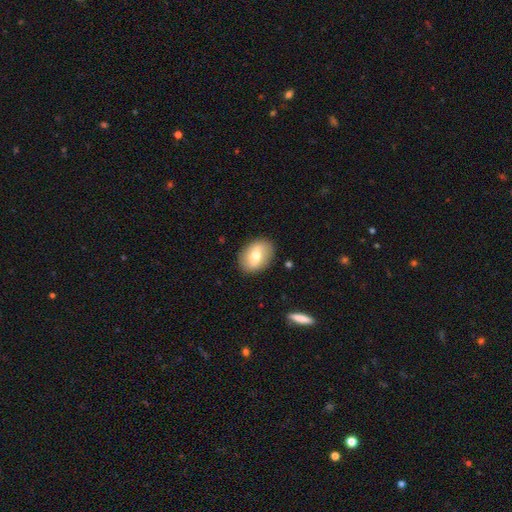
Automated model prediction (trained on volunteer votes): smooth-or-featured: smooth: 57% | featured or disk: 36% | star or artifact: 7%
  how-rounded: in between: 71% | round: 28% | cigar-shaped: 2%
  merging: none: 87% | minor disturbance: 9% | major disturbance: 3% | merger: 1%